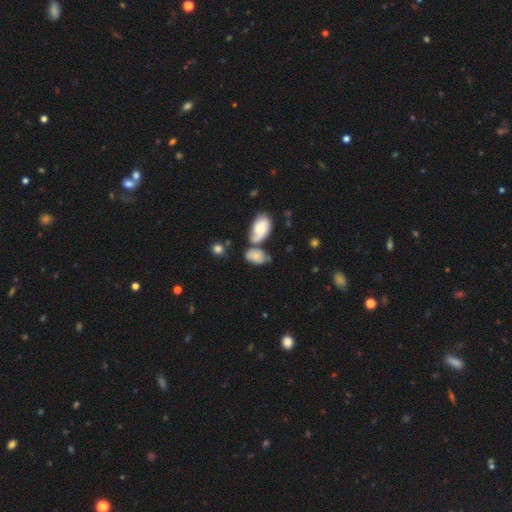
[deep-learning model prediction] Overall: smooth (62%; featured or disk 28%). How rounded: in between (85%). Merging: merger (42%; none 29%).